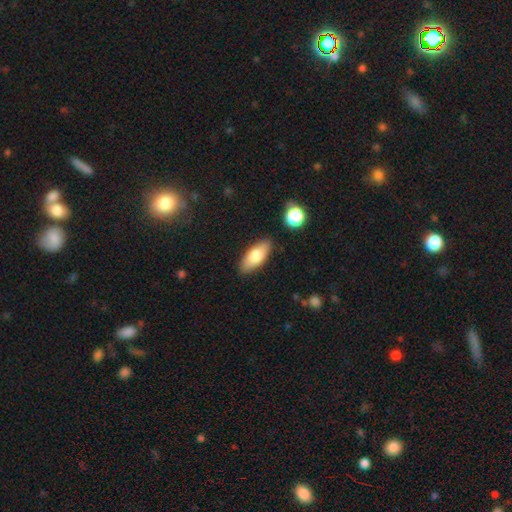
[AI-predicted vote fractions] This is likely a smooth galaxy (76%). How rounded: clearly in between (82%). Merging: clearly none (85%).